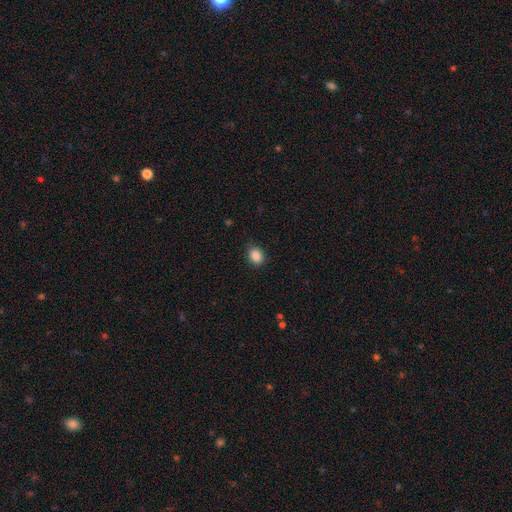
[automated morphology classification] smooth 88%, star or artifact 9%, featured or disk 3%. Down the decision tree: how rounded — in between (56%); merging — none (84%).